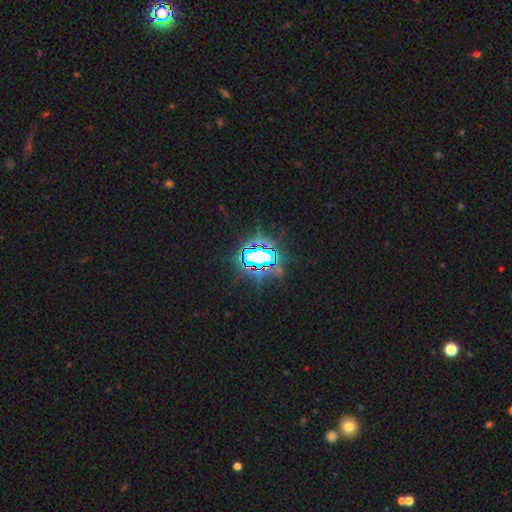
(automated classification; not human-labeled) smooth-or-featured: star or artifact: 77% | featured or disk: 12% | smooth: 11%